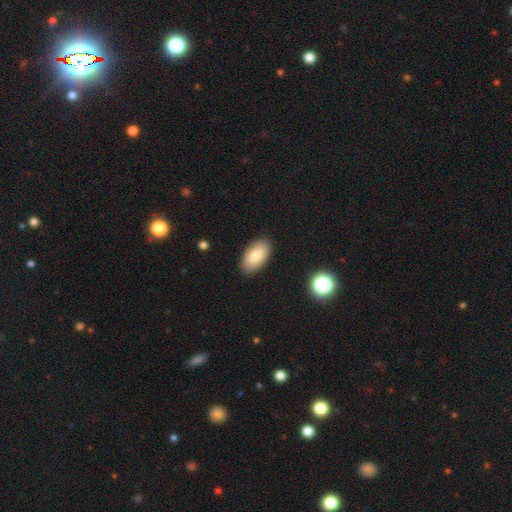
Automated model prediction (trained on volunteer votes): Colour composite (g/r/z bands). It shows a smooth galaxy with no disk features (85%) that is in between round and cigar-shaped (95%). Merging: none (88%).